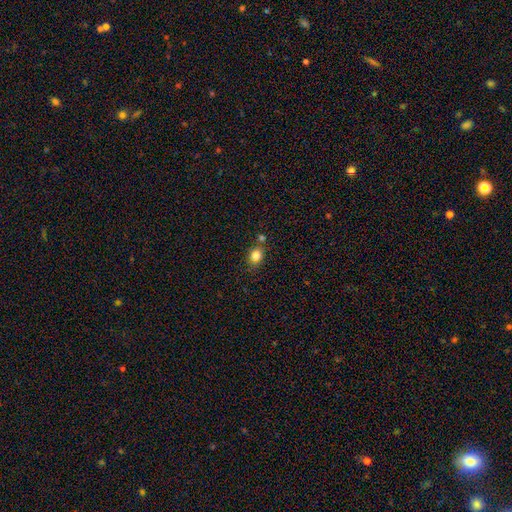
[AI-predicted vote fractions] The model was most divided on "how rounded": round: 58%, in between: 41%, cigar-shaped: 1%. More confident: smooth or featured — smooth (82%); merging — none (68%).